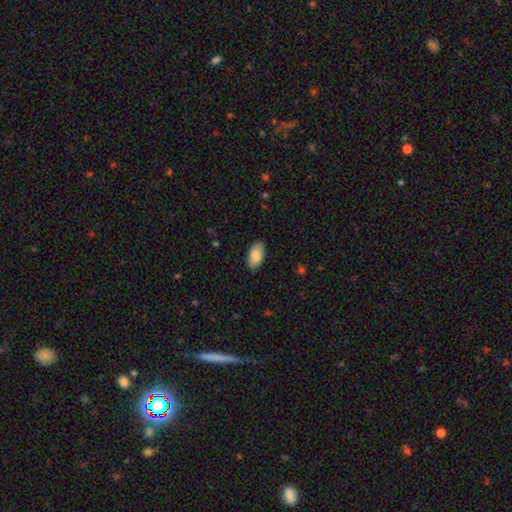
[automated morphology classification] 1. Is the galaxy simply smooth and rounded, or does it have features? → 87% smooth, 7% featured or disk, 6% star or artifact.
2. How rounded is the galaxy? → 95% in between, 3% round, 2% cigar-shaped.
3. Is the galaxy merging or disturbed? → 87% none, 10% minor disturbance, 2% major disturbance, 1% merger.